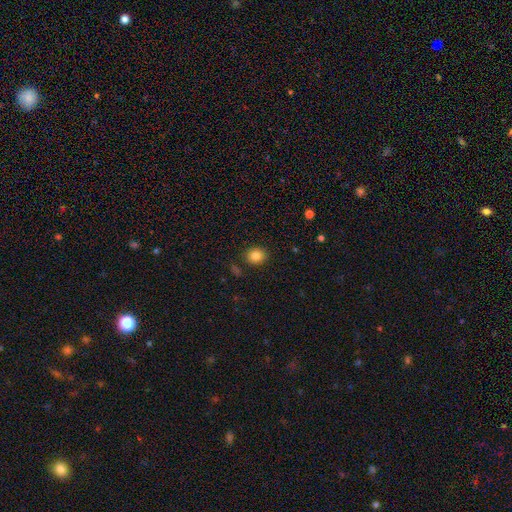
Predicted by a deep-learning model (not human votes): Morphology: type=smooth (85%); roundness=round (67%); merging=none (86%).